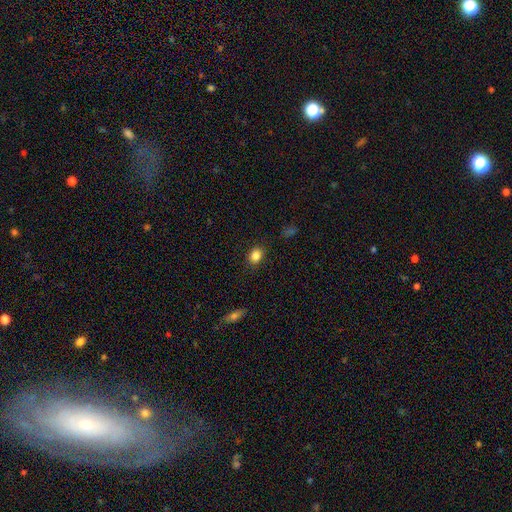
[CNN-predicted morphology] Smooth or featured? smooth (84%)
How rounded? in between (50%)
Merging? none (87%)